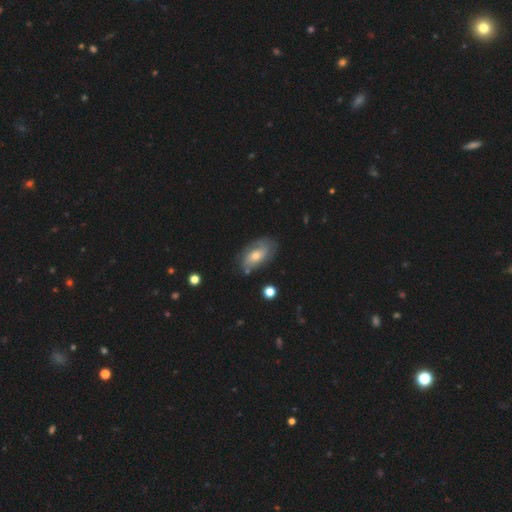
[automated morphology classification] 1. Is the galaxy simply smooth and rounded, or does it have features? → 50% smooth, 42% featured or disk, 9% star or artifact.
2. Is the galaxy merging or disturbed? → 73% none, 19% minor disturbance, 5% major disturbance, 3% merger.